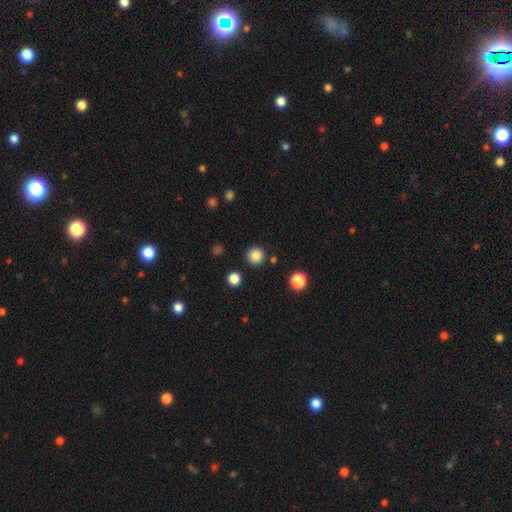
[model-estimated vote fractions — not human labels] smooth-or-featured: smooth: 85% | star or artifact: 11% | featured or disk: 4%
  how-rounded: round: 95% | in between: 4% | cigar-shaped: 1%
  merging: none: 90% | minor disturbance: 6% | merger: 3% | major disturbance: 2%